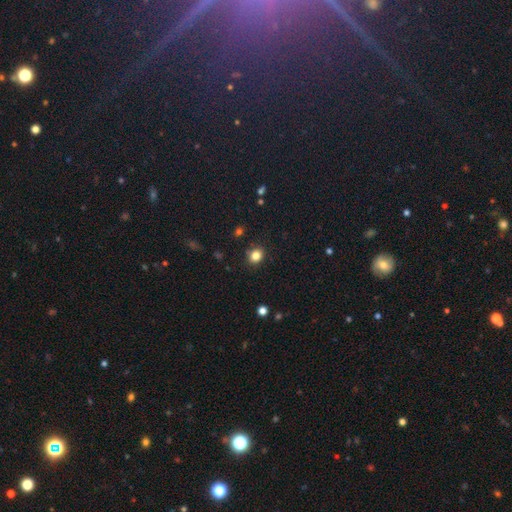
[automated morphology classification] Smooth or featured?
  - smooth: 83% *
  - star or artifact: 12%
  - featured or disk: 5%
How rounded?
  - round: 67% *
  - in between: 33%
  - cigar-shaped: 1%
Merging?
  - none: 87% *
  - minor disturbance: 9%
  - major disturbance: 2%
  - merger: 2%